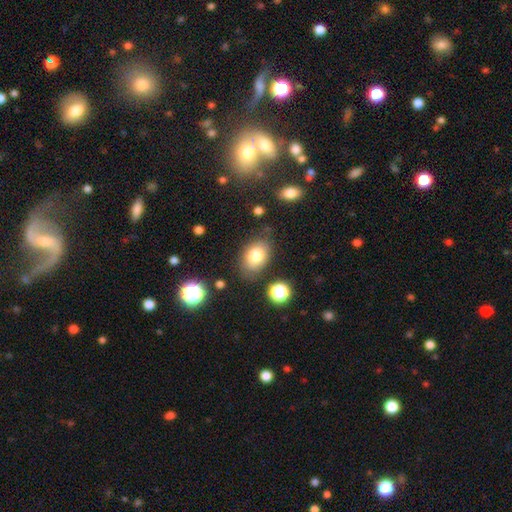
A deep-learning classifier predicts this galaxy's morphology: Smooth or featured?
  - smooth: 79% *
  - featured or disk: 11%
  - star or artifact: 10%
How rounded?
  - in between: 79% *
  - round: 20%
  - cigar-shaped: 1%
Merging?
  - none: 75% *
  - minor disturbance: 16%
  - major disturbance: 5%
  - merger: 4%